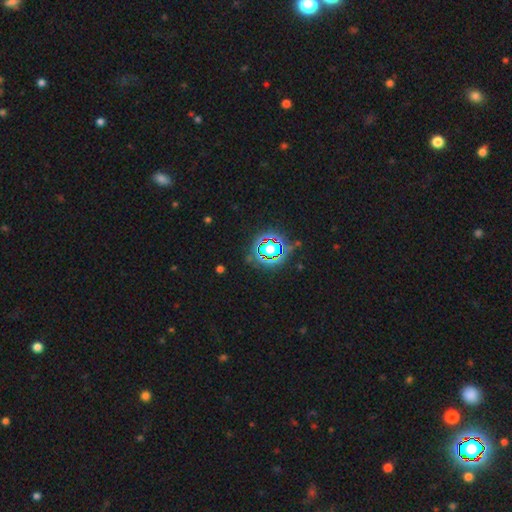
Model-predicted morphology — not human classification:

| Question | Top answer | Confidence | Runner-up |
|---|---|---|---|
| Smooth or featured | star or artifact | 80% | smooth (12%) |